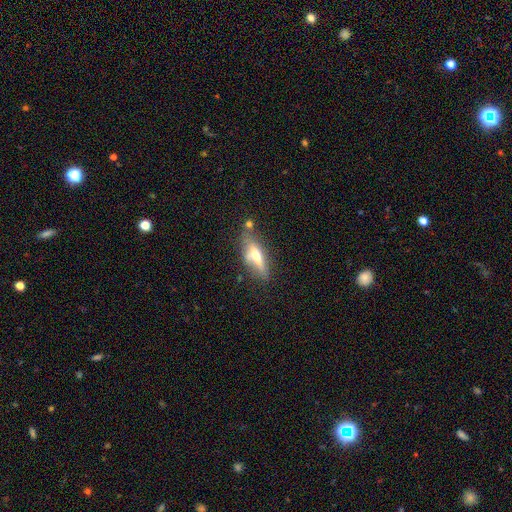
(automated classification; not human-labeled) smooth-or-featured: featured or disk: 54% | smooth: 38% | star or artifact: 8%
  disk-edge-on: yes: 83% | no: 17%
  merging: none: 65% | minor disturbance: 20% | merger: 8% | major disturbance: 7%